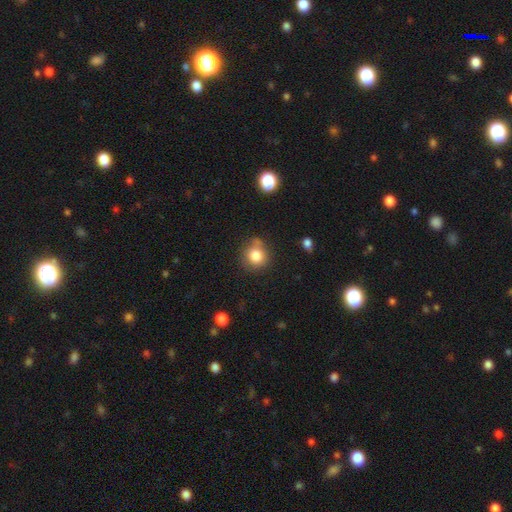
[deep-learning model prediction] smooth_or_featured: smooth (p=0.81) [alt: star or artifact p=0.11]
how_rounded: round (p=0.85) [alt: in between p=0.15]
merging: none (p=0.67) [alt: minor disturbance p=0.21]